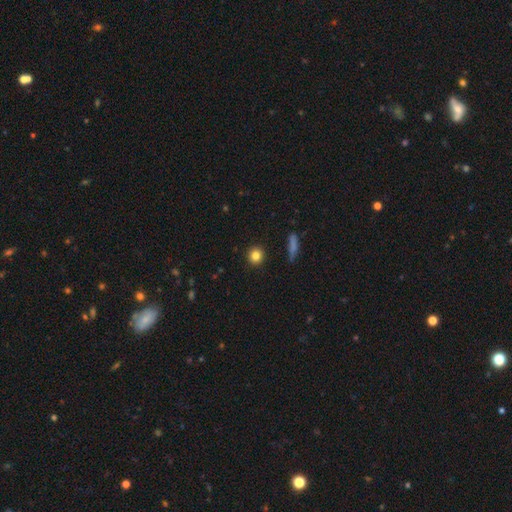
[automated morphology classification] This appears to be a smooth galaxy with no disk features (82%) that is round (92%). Merging: none (91%).